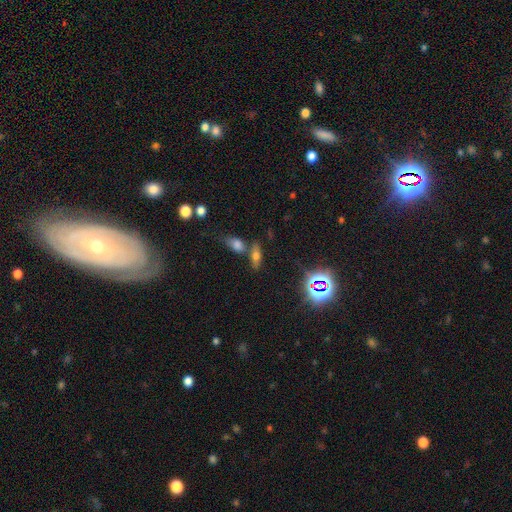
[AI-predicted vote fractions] smooth-or-featured: smooth: 50% | featured or disk: 29% | star or artifact: 21%
  how-rounded: in between: 59% | cigar-shaped: 34% | round: 7%
  merging: none: 60% | merger: 23% | minor disturbance: 12% | major disturbance: 5%